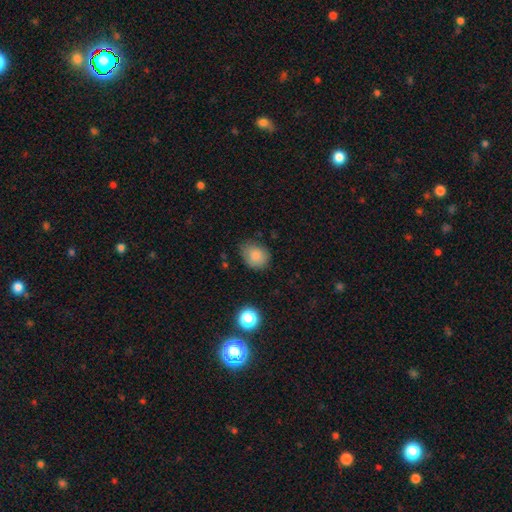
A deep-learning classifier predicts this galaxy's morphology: Smooth or featured? smooth (83%)
How rounded? in between (53%)
Merging? none (69%)